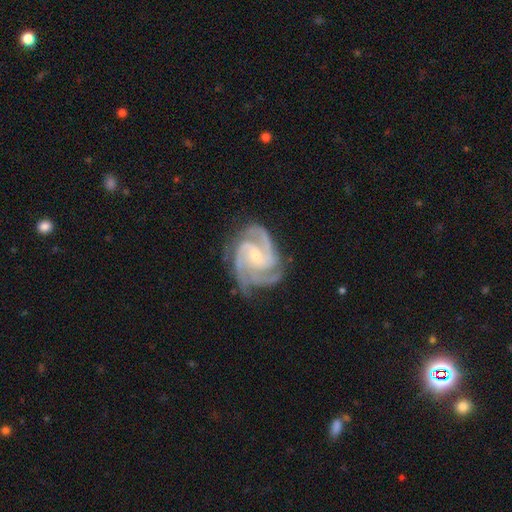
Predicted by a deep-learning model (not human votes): The model was most divided on "spiral winding": tight: 54%, medium: 42%, loose: 4%. More confident: spiral arms — yes (99%); edge-on disk — no (98%); smooth or featured — featured or disk (93%); merging — none (74%); spiral arm count — 3 (63%); bulge size — small (63%); bar — no (51%).